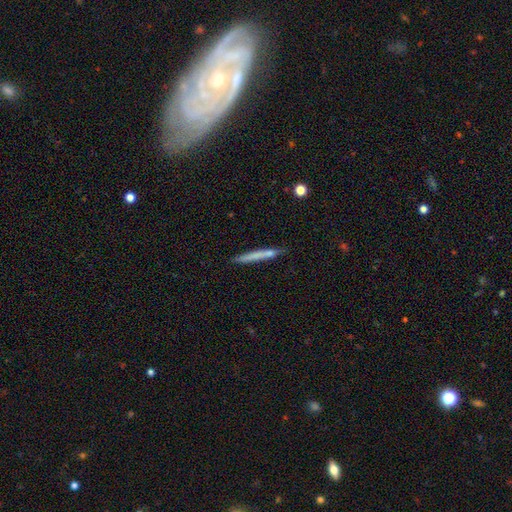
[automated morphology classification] Smooth or featured? smooth (66%)
How rounded? cigar-shaped (96%)
Merging? none (83%)